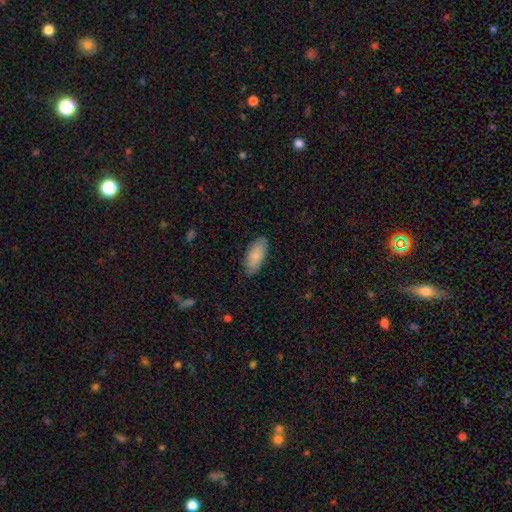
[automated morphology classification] smooth-or-featured: smooth: 84% | featured or disk: 10% | star or artifact: 6%
  how-rounded: in between: 86% | cigar-shaped: 12% | round: 2%
  merging: none: 84% | minor disturbance: 13% | major disturbance: 2% | merger: 1%